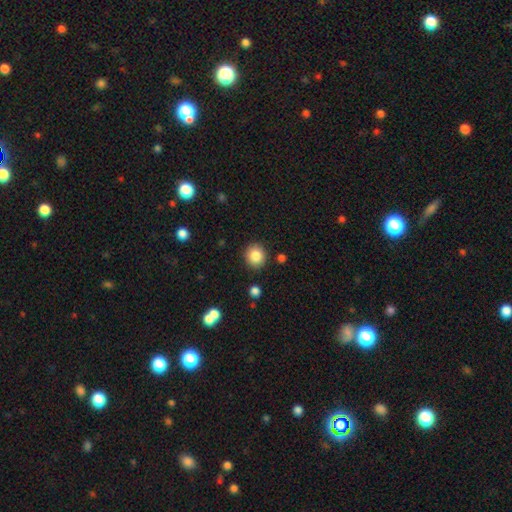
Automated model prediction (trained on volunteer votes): Smooth or featured? Predicted: smooth (p=0.85). How rounded? Predicted: round (p=0.86). Merging? Predicted: none (p=0.88).